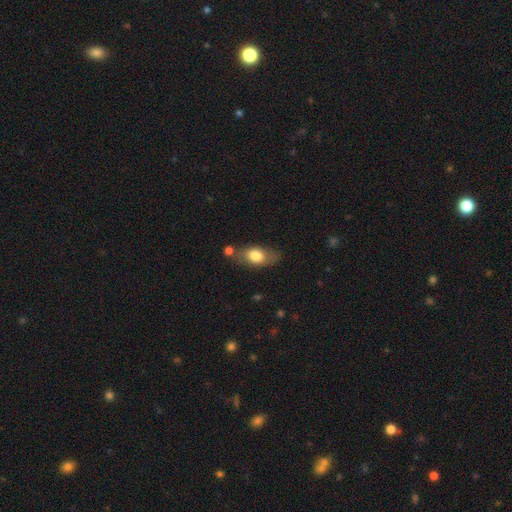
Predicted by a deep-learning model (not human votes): Smooth or featured?
  - smooth: 71% *
  - featured or disk: 22%
  - star or artifact: 7%
How rounded?
  - in between: 82% *
  - round: 11%
  - cigar-shaped: 7%
Merging?
  - none: 63% *
  - minor disturbance: 20%
  - merger: 10%
  - major disturbance: 7%